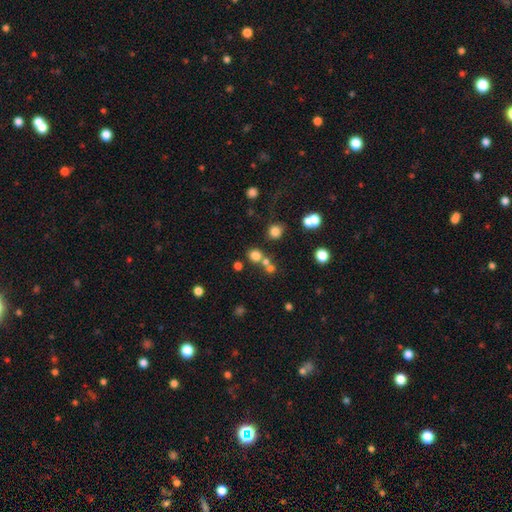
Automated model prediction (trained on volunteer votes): smooth_or_featured: smooth (p=0.71) [alt: star or artifact p=0.21]
how_rounded: round (p=0.86) [alt: in between p=0.13]
merging: none (p=0.62) [alt: merger p=0.27]